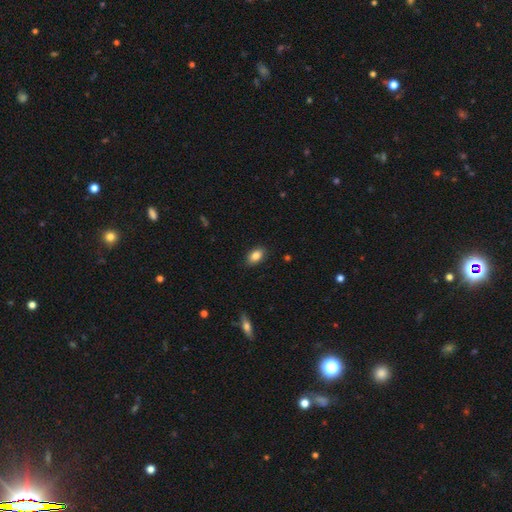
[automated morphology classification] smooth 85%, star or artifact 8%, featured or disk 7%. Down the decision tree: how rounded — in between (89%); merging — none (87%).